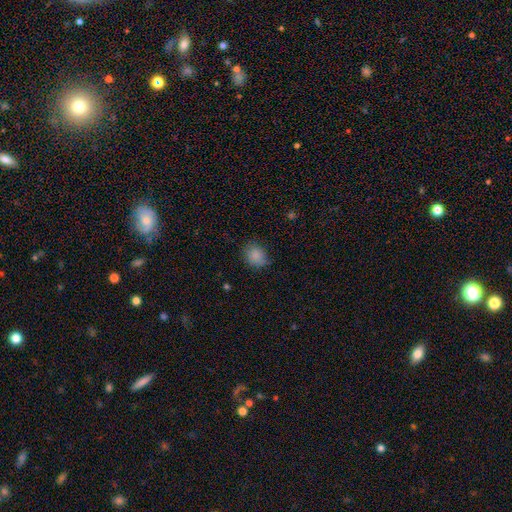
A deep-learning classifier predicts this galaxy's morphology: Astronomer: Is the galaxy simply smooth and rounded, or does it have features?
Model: smooth — 86%.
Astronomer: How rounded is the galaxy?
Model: round — 61% (runner-up: in between, 38%).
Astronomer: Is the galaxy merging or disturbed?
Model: none — 74%.